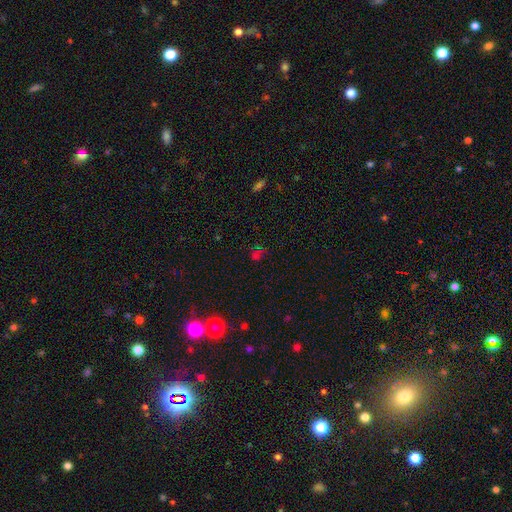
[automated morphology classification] type=star or artifact (46%).